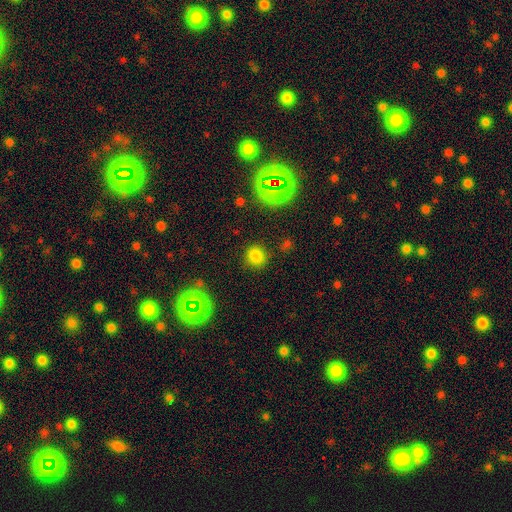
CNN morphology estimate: Smooth or featured: smooth — 75% (star or artifact — 20%)
How rounded: round — 83% (in between — 16%)
Merging: none — 86% (minor disturbance — 8%)